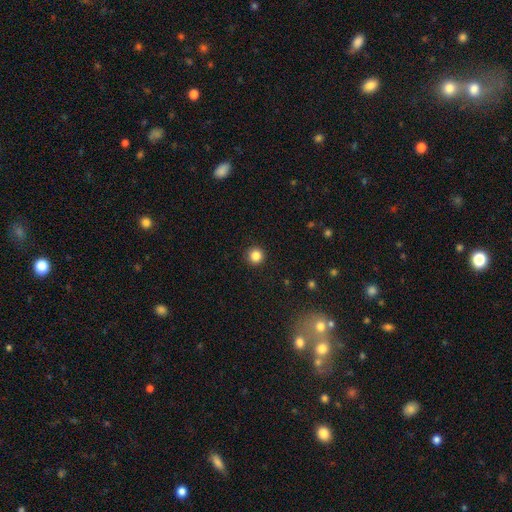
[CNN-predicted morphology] Smooth or featured?
  - smooth: 85% *
  - star or artifact: 11%
  - featured or disk: 4%
How rounded?
  - round: 95% *
  - in between: 4%
  - cigar-shaped: 1%
Merging?
  - none: 93% *
  - minor disturbance: 4%
  - major disturbance: 2%
  - merger: 1%